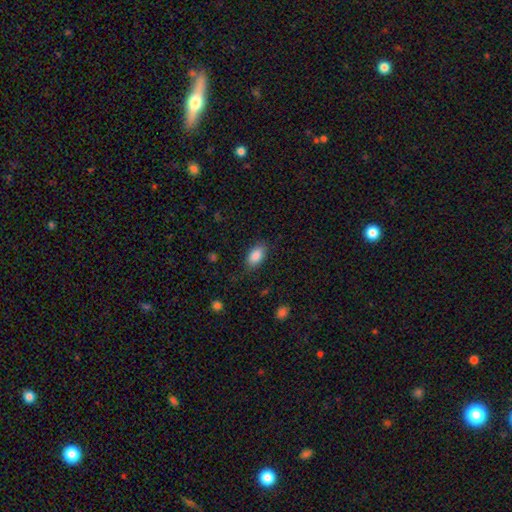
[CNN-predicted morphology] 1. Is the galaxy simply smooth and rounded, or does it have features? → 88% smooth, 7% star or artifact, 5% featured or disk.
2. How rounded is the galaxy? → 92% in between, 6% round, 2% cigar-shaped.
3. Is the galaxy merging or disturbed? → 83% none, 13% minor disturbance, 4% major disturbance, 1% merger.